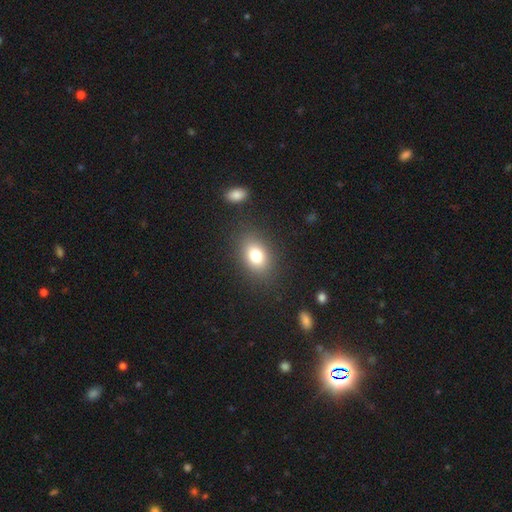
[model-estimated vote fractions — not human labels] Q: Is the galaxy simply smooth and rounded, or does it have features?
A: smooth — 78%.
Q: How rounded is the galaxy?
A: in between — 74%.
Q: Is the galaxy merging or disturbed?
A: none — 84%.